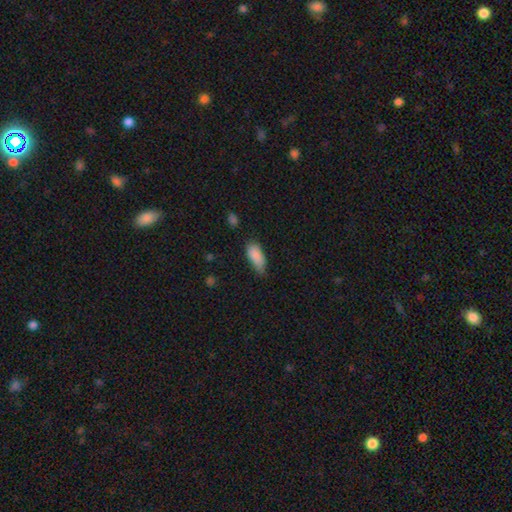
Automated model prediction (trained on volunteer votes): Smooth or featured? smooth (86%)
How rounded? in between (83%)
Merging? none (46%)